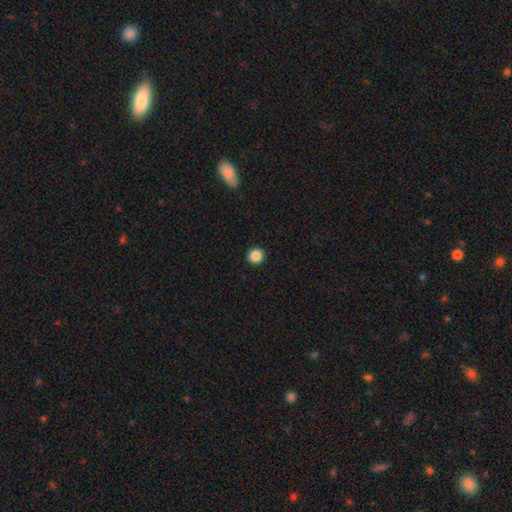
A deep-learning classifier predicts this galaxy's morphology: Smooth or featured?
  - smooth: 87% *
  - star or artifact: 10%
  - featured or disk: 3%
How rounded?
  - round: 96% *
  - in between: 3%
  - cigar-shaped: 1%
Merging?
  - none: 94% *
  - minor disturbance: 4%
  - major disturbance: 1%
  - merger: 1%